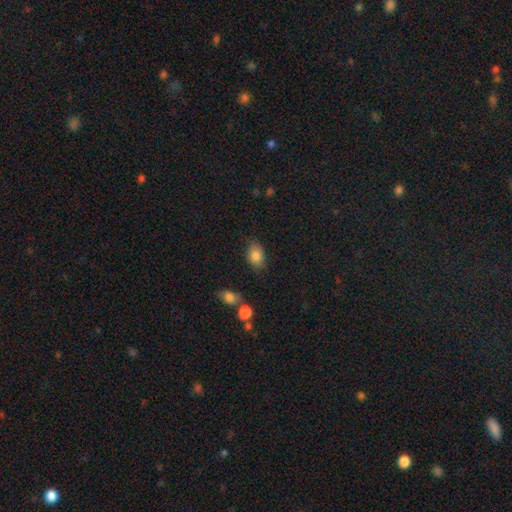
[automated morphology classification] The model was most divided on "merging": none: 76%, minor disturbance: 17%, major disturbance: 4%, merger: 3%. More confident: smooth or featured — smooth (83%); how rounded — in between (82%).